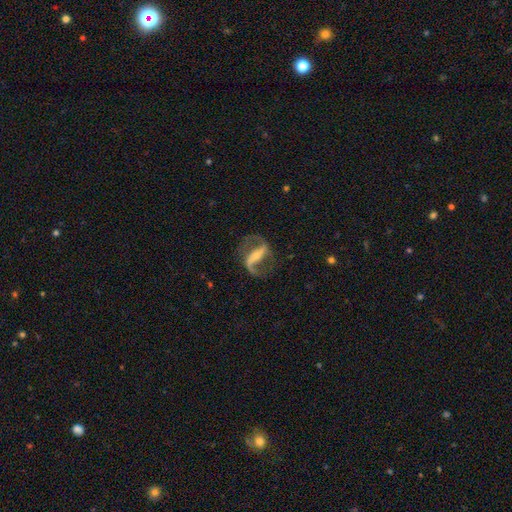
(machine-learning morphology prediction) This appears to be a featured or disk galaxy (89%) with a strong bar (67%), 2 (91%) loose (49%) spiral arms (94%) and a small central bulge (58%). Merging: none (76%).